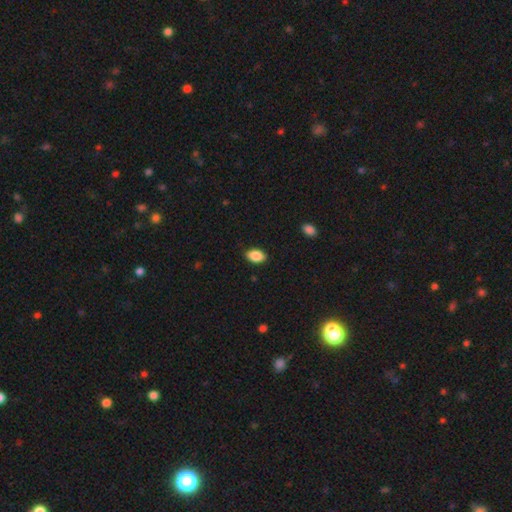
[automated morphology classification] smooth_or_featured: smooth (p=0.88) [alt: star or artifact p=0.07]
how_rounded: in between (p=0.91) [alt: round p=0.08]
merging: none (p=0.87) [alt: minor disturbance p=0.10]